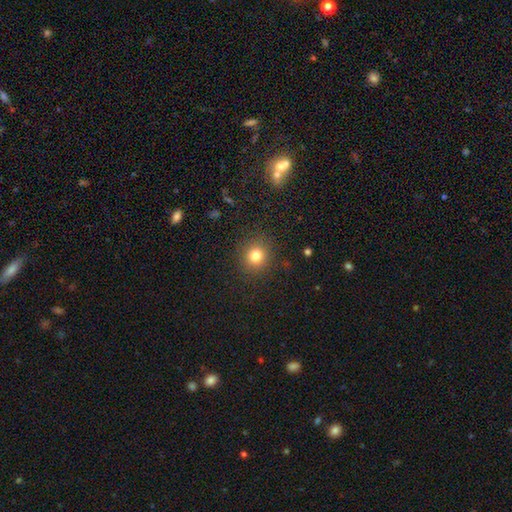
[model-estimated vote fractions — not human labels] A smooth galaxy with no disk features (79%) that is round (86%). Merging: none (89%).